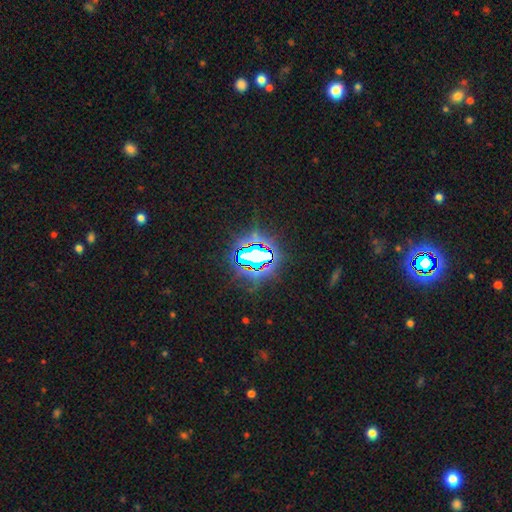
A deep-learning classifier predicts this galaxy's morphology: Smooth or featured? star or artifact (83%)